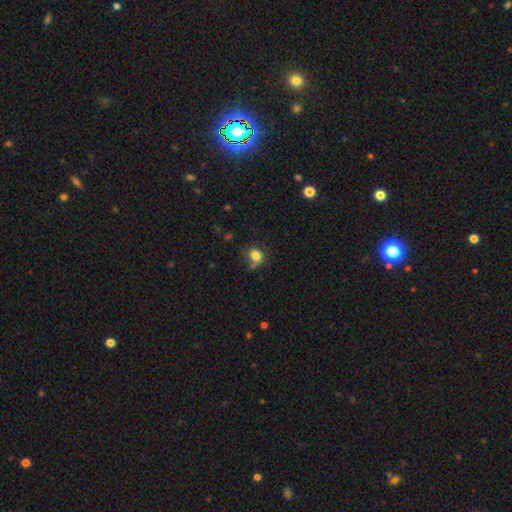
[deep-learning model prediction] Q: Smooth or featured?
A: smooth (82%); runner-up: star or artifact (11%)
Q: How rounded?
A: round (61%); runner-up: in between (38%)
Q: Merging?
A: none (64%); runner-up: minor disturbance (19%)